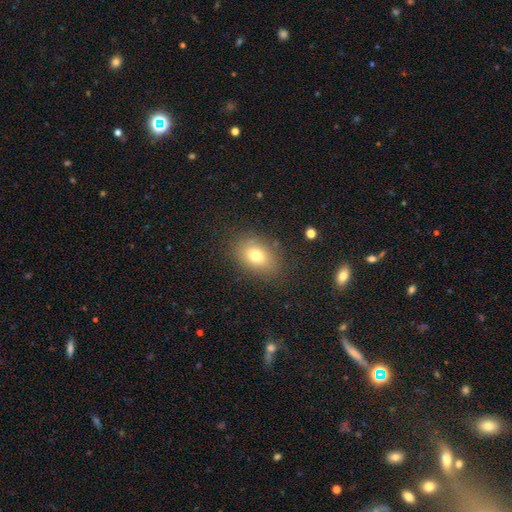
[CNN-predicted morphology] Smooth or featured: smooth — 76% (featured or disk — 13%)
How rounded: in between — 78% (round — 20%)
Merging: none — 82% (minor disturbance — 12%)